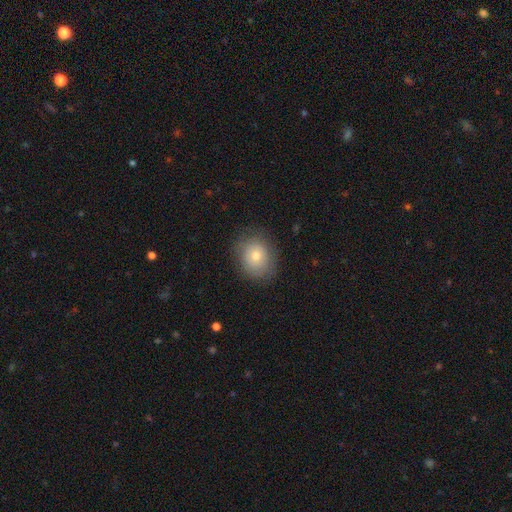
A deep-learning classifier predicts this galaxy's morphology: The model was most divided on "how rounded": round: 62%, in between: 37%, cigar-shaped: 1%. More confident: merging — none (79%); smooth or featured — smooth (73%).